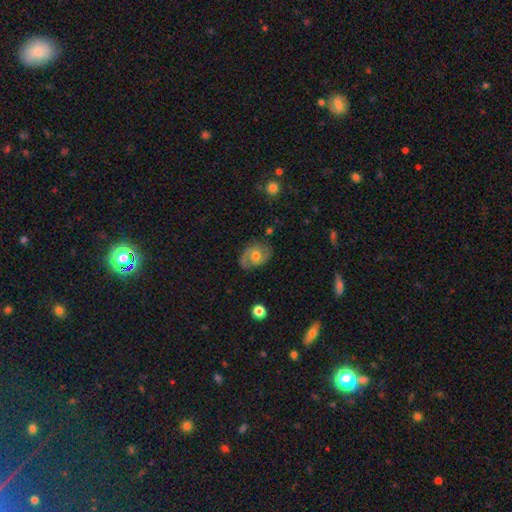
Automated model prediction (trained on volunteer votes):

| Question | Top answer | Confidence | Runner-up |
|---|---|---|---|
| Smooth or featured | featured or disk | 70% | smooth (23%) |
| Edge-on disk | no | 96% | yes (4%) |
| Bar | no | 62% | weak (32%) |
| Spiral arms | yes | 86% | no (14%) |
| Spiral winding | medium | 49% | tight (32%) |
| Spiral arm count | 2 | 81% | 1 (8%) |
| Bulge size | moderate | 72% | small (13%) |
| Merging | none | 75% | minor disturbance (17%) |